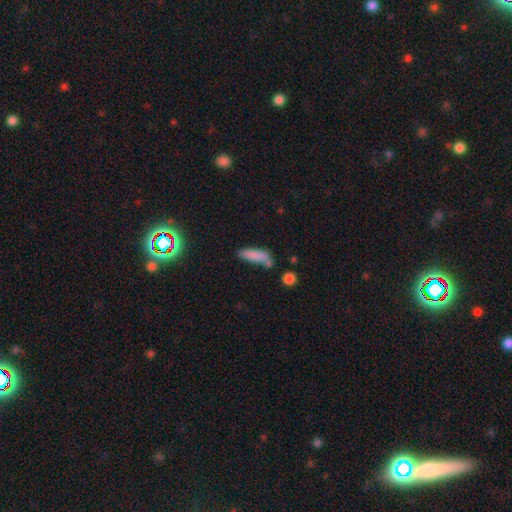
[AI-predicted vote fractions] This is clearly a smooth galaxy (82%). How rounded: likely cigar-shaped (63%). Merging: likely none (61%).